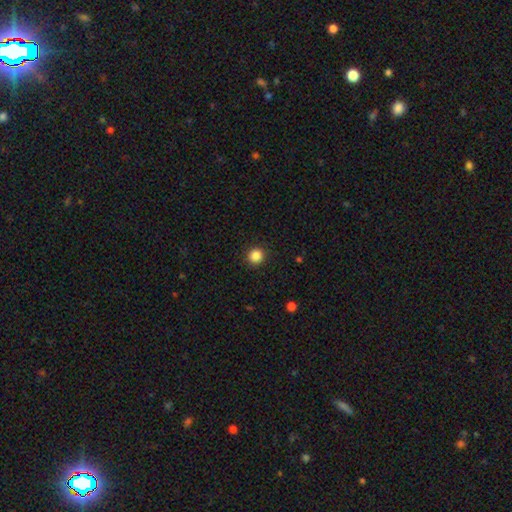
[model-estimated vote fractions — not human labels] Smooth or featured: smooth — 86% (star or artifact — 11%)
How rounded: round — 93% (in between — 6%)
Merging: none — 92% (minor disturbance — 5%)